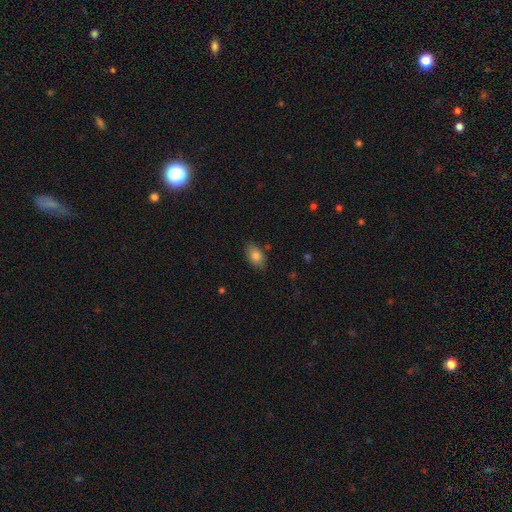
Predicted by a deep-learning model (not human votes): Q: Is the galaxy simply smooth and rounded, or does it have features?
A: smooth — 83%.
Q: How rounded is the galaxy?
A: in between — 91%.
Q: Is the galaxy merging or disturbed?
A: none — 82%.